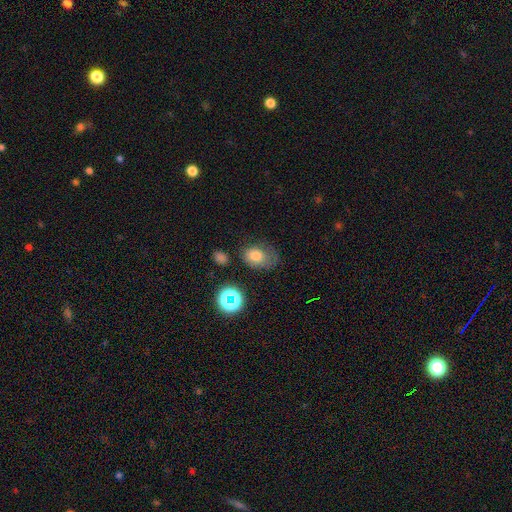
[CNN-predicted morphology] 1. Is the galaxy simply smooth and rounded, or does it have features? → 73% smooth, 14% star or artifact, 13% featured or disk.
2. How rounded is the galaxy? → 68% in between, 31% round, 1% cigar-shaped.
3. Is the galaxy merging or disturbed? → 46% none, 30% minor disturbance, 19% major disturbance, 4% merger.